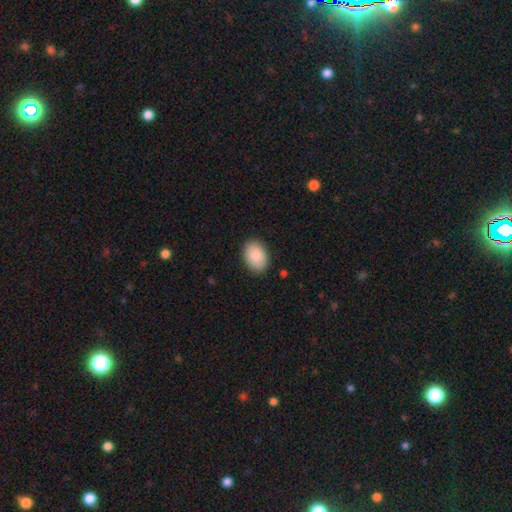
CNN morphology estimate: Smooth or featured? Predicted: smooth (p=0.88). How rounded? Predicted: in between (p=0.83). Merging? Predicted: none (p=0.87).